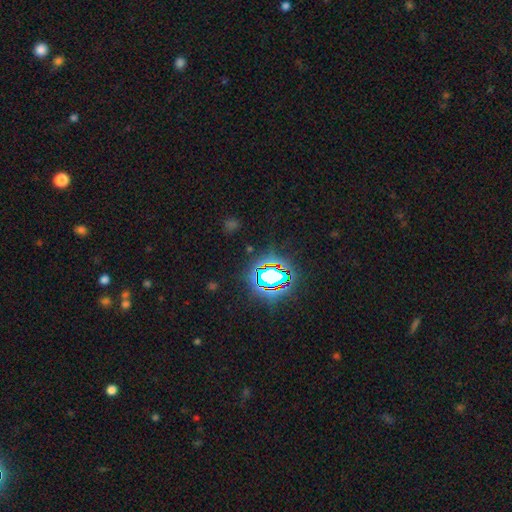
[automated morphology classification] This appears to be a star or artifact, not a galaxy (80%).